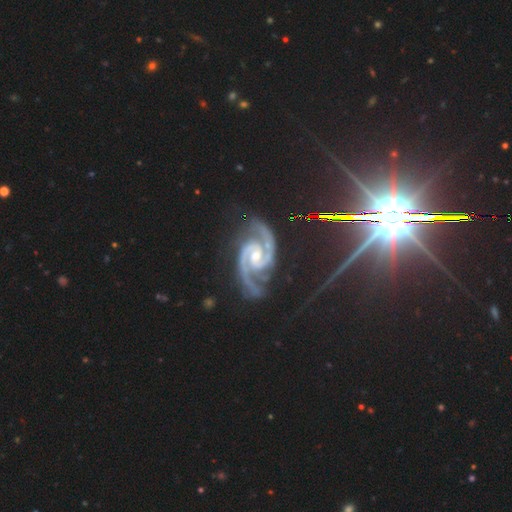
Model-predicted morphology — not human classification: Smooth or featured? Predicted: featured or disk (p=0.92). Edge-on disk? Predicted: no (p=0.98). Bar? Predicted: no (p=0.47). Spiral arms? Predicted: yes (p=0.99). Spiral winding? Predicted: medium (p=0.56). Spiral arm count? Predicted: 2 (p=0.92). Bulge size? Predicted: moderate (p=0.53). Merging? Predicted: none (p=0.74).